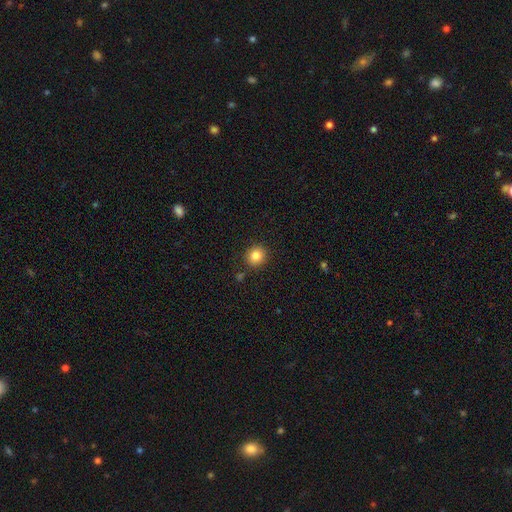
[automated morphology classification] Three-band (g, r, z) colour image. It shows a smooth galaxy with no disk features (83%) that is round (89%). Merging: none (88%).